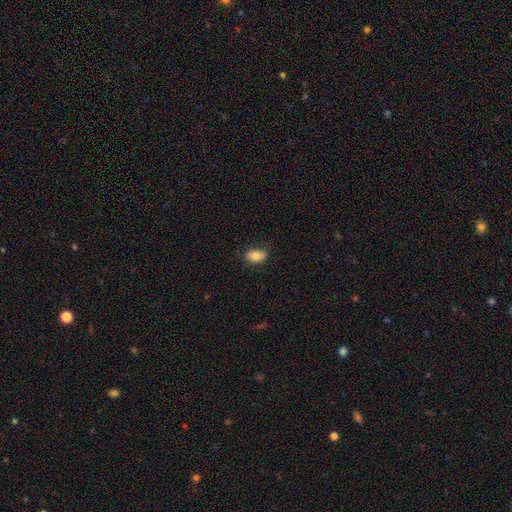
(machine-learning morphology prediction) Smooth or featured?
  - smooth: 83% *
  - featured or disk: 8%
  - star or artifact: 8%
How rounded?
  - in between: 85% *
  - round: 14%
  - cigar-shaped: 1%
Merging?
  - none: 77% *
  - minor disturbance: 18%
  - major disturbance: 4%
  - merger: 1%